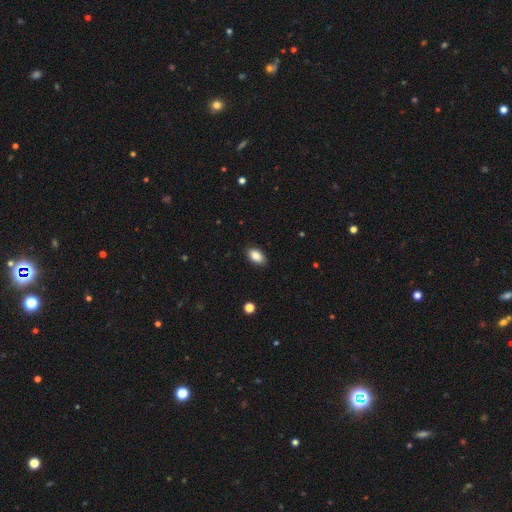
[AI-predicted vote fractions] Q: Smooth or featured?
A: smooth (86%); runner-up: star or artifact (8%)
Q: How rounded?
A: in between (93%); runner-up: round (5%)
Q: Merging?
A: none (88%); runner-up: minor disturbance (9%)